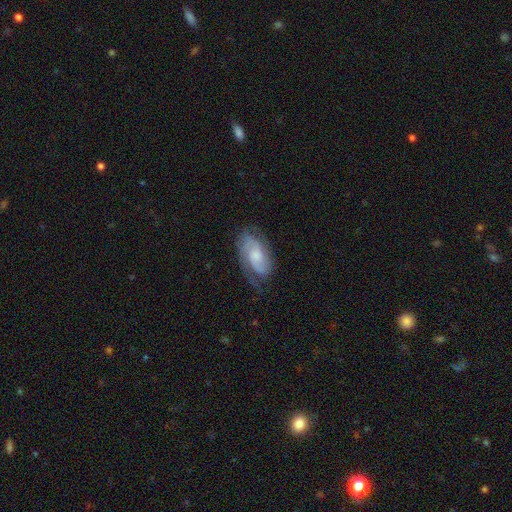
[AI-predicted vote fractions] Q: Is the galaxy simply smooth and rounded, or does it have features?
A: featured or disk — 71%.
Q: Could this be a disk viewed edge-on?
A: no — 95%.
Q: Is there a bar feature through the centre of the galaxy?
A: no — 64%.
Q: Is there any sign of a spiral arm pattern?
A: yes — 93%.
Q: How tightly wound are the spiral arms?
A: medium — 44%.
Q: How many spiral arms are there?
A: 2 — 62%.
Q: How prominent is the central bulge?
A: moderate — 38%.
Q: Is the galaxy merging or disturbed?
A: none — 65%.